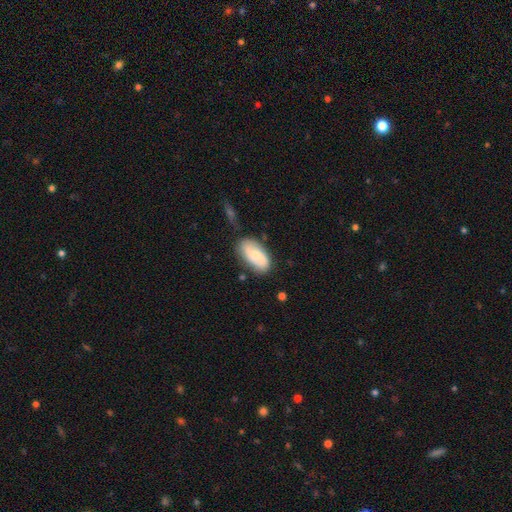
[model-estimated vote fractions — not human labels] Smooth or featured: smooth — 53% (featured or disk — 41%)
How rounded: in between — 93% (round — 4%)
Merging: none — 71% (minor disturbance — 19%)